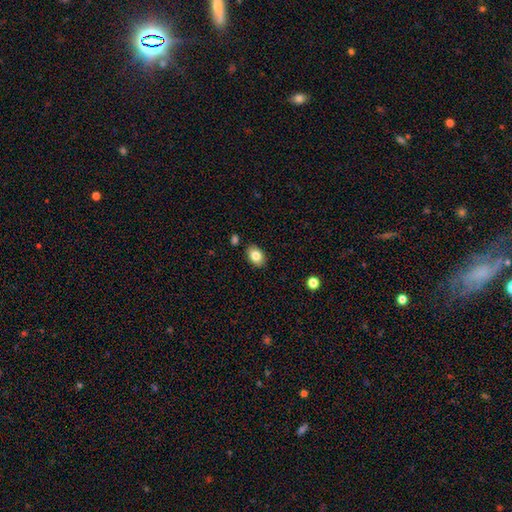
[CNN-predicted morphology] smooth-or-featured: smooth: 83% | featured or disk: 9% | star or artifact: 8%
  how-rounded: in between: 80% | round: 18% | cigar-shaped: 1%
  merging: none: 86% | minor disturbance: 10% | merger: 2% | major disturbance: 2%